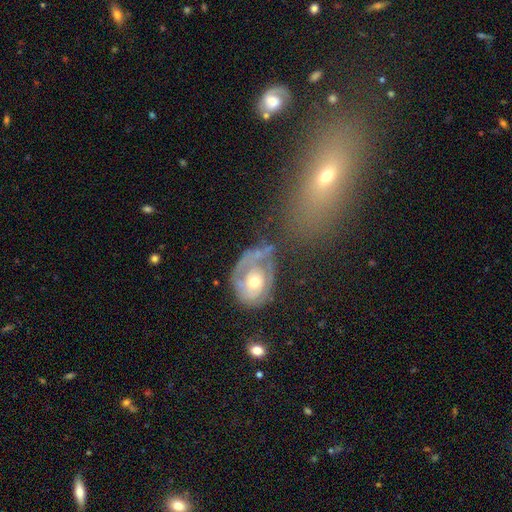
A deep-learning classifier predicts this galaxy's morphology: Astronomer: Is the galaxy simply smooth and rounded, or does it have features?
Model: featured or disk — 62%.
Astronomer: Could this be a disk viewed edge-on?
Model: no — 95%.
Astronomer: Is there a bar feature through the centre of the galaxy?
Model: no — 81%.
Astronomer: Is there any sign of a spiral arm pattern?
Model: yes — 52% (runner-up: no, 48%).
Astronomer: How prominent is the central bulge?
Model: moderate — 67%.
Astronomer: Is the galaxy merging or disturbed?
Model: major disturbance — 30% (runner-up: none, 29%).